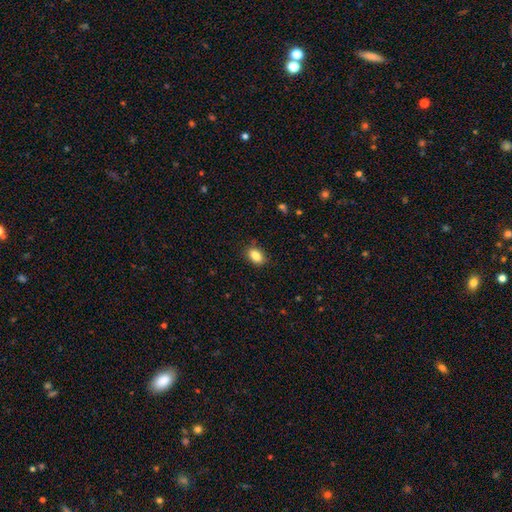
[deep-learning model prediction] smooth-or-featured: smooth: 87% | star or artifact: 8% | featured or disk: 5%
  how-rounded: in between: 87% | round: 11% | cigar-shaped: 2%
  merging: none: 86% | minor disturbance: 11% | major disturbance: 2% | merger: 1%